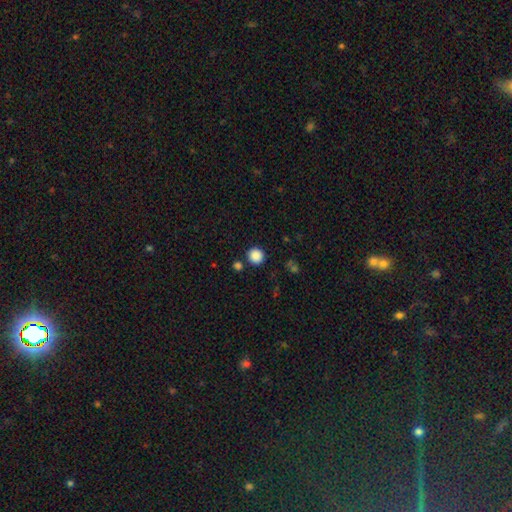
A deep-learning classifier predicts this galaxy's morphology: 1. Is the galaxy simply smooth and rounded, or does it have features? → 87% smooth, 10% star or artifact, 3% featured or disk.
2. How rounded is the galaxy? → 94% round, 5% in between, 1% cigar-shaped.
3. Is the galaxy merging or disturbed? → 87% none, 6% minor disturbance, 5% merger, 2% major disturbance.